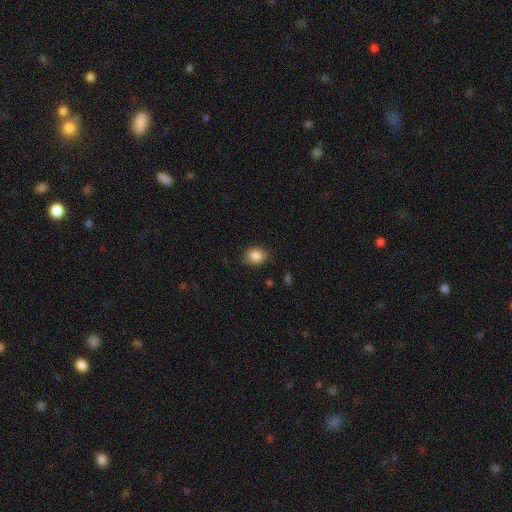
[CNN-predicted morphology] Overall: smooth (87%). How rounded: round (55%; in between 44%). Merging: none (84%).